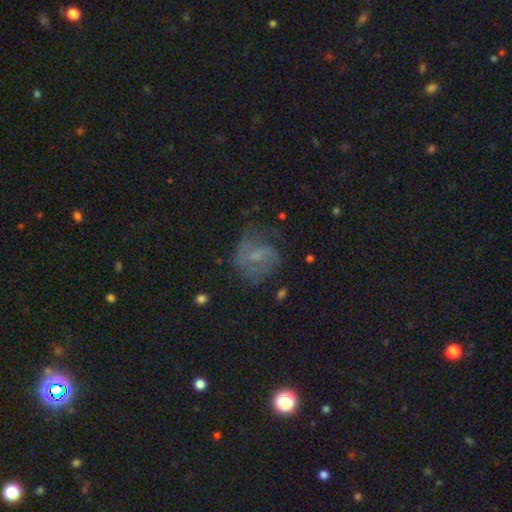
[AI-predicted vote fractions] Overall: featured or disk (51%; smooth 35%). Edge-on disk: no (97%). Merging: none (50%; minor disturbance 24%).